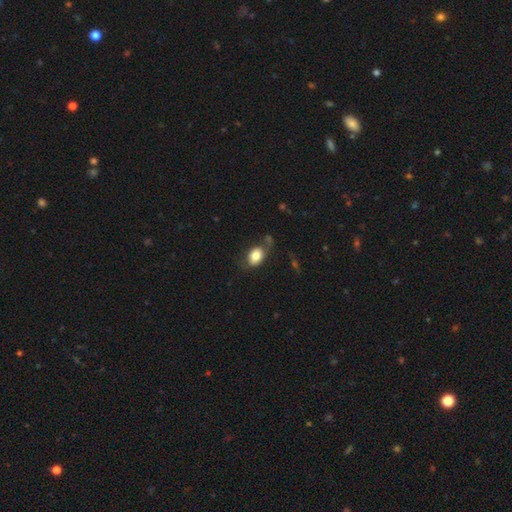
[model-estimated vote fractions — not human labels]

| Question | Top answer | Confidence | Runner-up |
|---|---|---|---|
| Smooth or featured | smooth | 79% | featured or disk (13%) |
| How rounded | in between | 80% | round (19%) |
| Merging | none | 54% | minor disturbance (25%) |